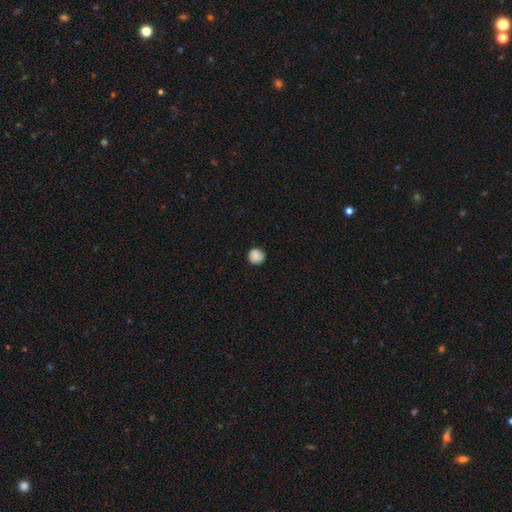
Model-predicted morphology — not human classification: This is clearly a smooth galaxy (88%). How rounded: clearly round (93%). Merging: clearly none (88%).